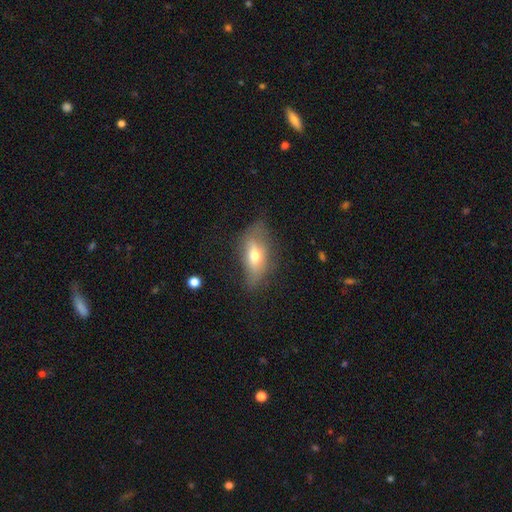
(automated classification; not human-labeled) Smooth or featured? Predicted: smooth (p=0.52). How rounded? Predicted: in between (p=0.74). Merging? Predicted: none (p=0.61).